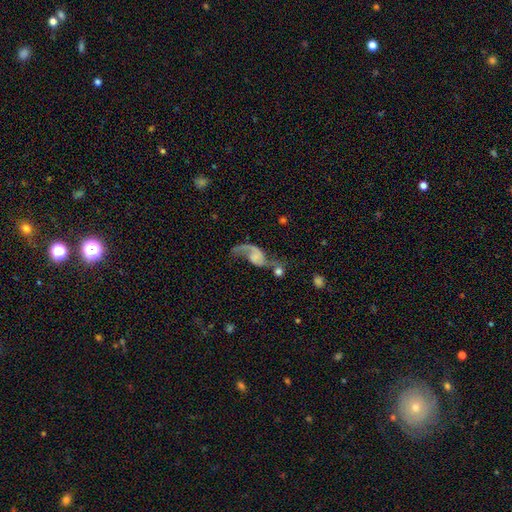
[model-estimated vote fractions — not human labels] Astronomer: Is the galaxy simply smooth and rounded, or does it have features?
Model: featured or disk — 73%.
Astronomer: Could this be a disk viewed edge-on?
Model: no — 97%.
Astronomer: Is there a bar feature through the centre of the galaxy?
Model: no — 65%.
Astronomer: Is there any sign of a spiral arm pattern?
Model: yes — 88%.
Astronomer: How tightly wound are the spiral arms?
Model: loose — 79%.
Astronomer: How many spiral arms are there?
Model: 2 — 64%.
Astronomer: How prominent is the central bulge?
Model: none — 48% (runner-up: small, 28%).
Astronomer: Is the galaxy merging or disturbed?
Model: merger — 30%, tied with major disturbance at 30%.